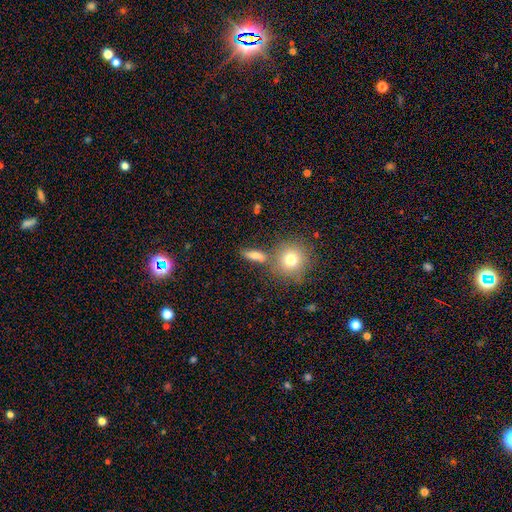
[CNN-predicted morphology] Smooth or featured?
  - smooth: 73% *
  - featured or disk: 15%
  - star or artifact: 13%
How rounded?
  - in between: 46% *
  - cigar-shaped: 33%
  - round: 21%
Merging?
  - none: 66% *
  - merger: 15%
  - minor disturbance: 13%
  - major disturbance: 5%